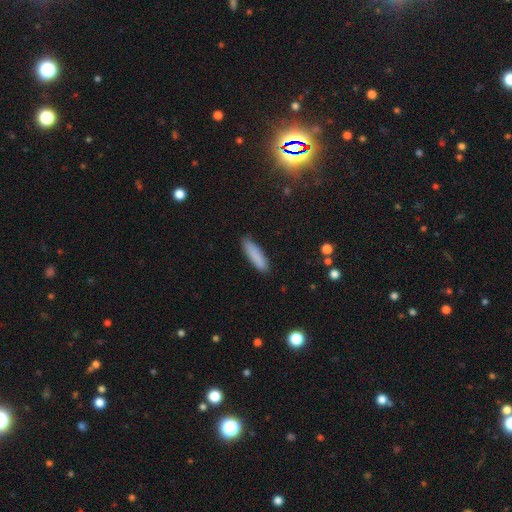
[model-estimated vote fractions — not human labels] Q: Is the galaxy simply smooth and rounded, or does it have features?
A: smooth — 86%.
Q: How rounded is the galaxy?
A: cigar-shaped — 68%.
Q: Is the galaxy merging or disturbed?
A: none — 84%.